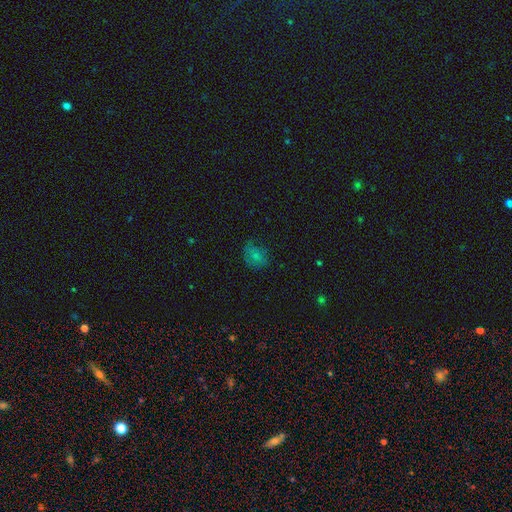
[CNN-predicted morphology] The model was most divided on "how rounded": in between: 50%, round: 49%, cigar-shaped: 1%. More confident: smooth or featured — smooth (68%); merging — none (57%).